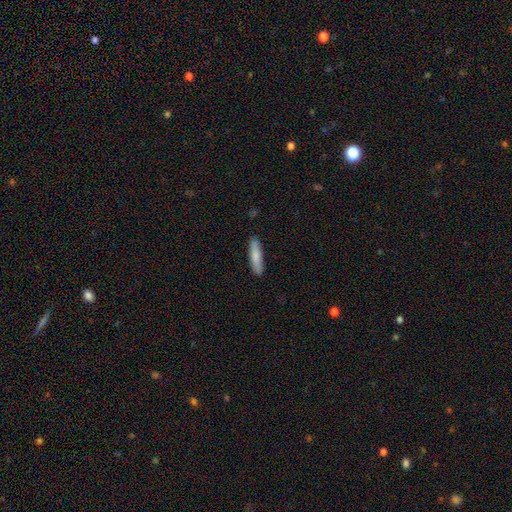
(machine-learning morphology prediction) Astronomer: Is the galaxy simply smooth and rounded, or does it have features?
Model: smooth — 80%.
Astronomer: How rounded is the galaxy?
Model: cigar-shaped — 77%.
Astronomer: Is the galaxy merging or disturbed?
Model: none — 87%.